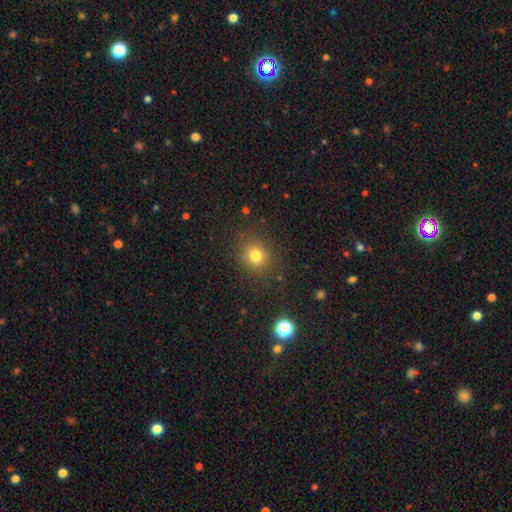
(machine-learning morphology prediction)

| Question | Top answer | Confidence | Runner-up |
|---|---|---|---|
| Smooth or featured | smooth | 78% | star or artifact (15%) |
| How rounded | round | 79% | in between (20%) |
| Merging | none | 85% | minor disturbance (9%) |